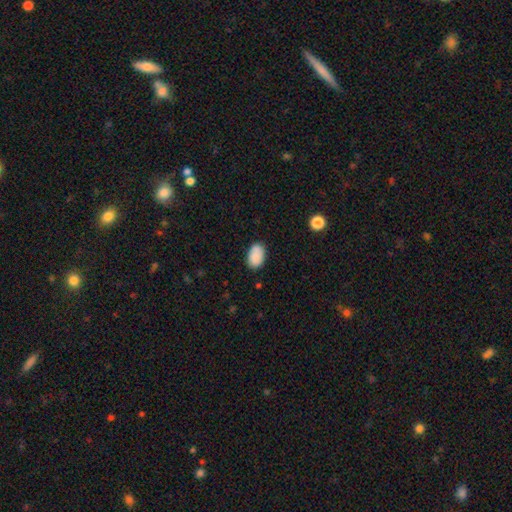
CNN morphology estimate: Q: Smooth or featured?
A: smooth (87%); runner-up: star or artifact (7%)
Q: How rounded?
A: in between (89%); runner-up: round (9%)
Q: Merging?
A: none (77%); runner-up: minor disturbance (16%)